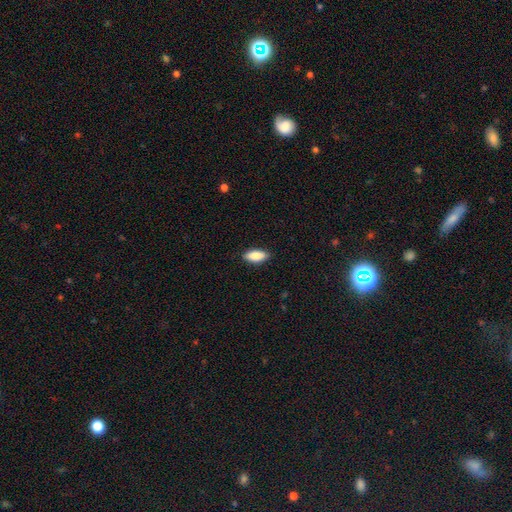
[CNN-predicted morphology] smooth-or-featured: smooth: 87% | featured or disk: 7% | star or artifact: 6%
  how-rounded: in between: 84% | cigar-shaped: 13% | round: 2%
  merging: none: 87% | minor disturbance: 10% | major disturbance: 2% | merger: 1%